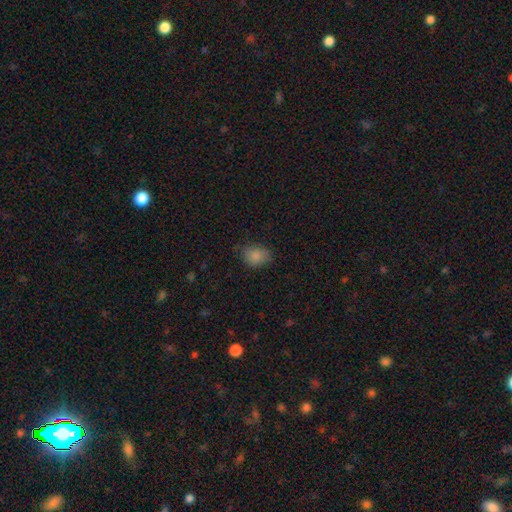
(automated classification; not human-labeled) This is clearly a smooth galaxy (85%). How rounded: possibly in between (59%). Merging: likely none (72%).